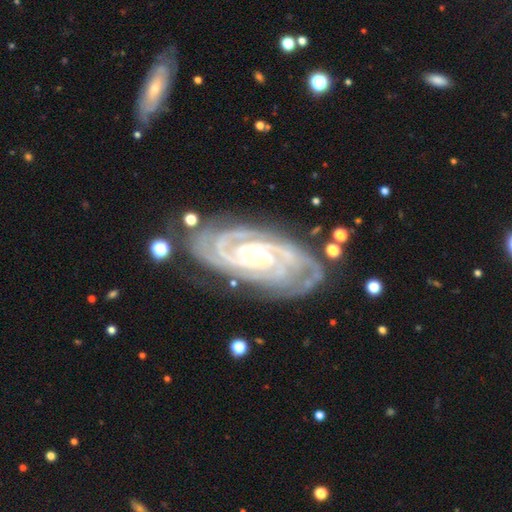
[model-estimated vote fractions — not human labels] featured or disk 92%, star or artifact 5%, smooth 3%. Down the decision tree: edge-on disk — no (96%); bar — no (66%); spiral arms — yes (99%); spiral arm count — 2 (29%, tied with 3); spiral winding — tight (82%); bulge size — small (70%); merging — none (77%).